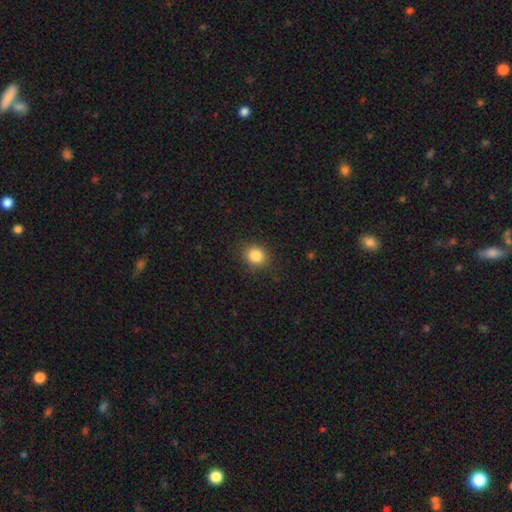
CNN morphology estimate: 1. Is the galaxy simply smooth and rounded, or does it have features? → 84% smooth, 11% star or artifact, 5% featured or disk.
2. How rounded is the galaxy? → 75% round, 24% in between, 1% cigar-shaped.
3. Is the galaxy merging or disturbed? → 87% none, 9% minor disturbance, 3% major disturbance, 1% merger.